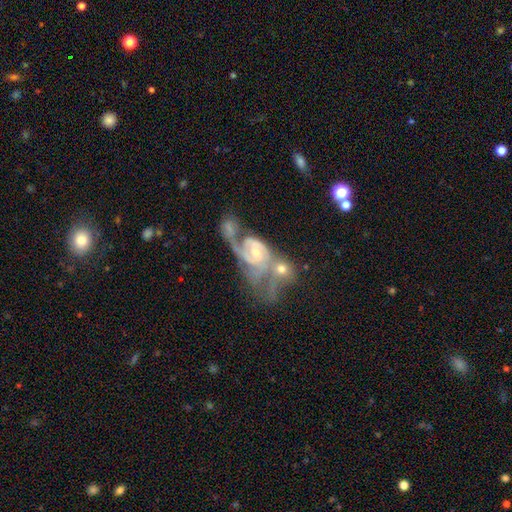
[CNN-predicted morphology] Overall: featured or disk (81%). Edge-on disk: no (96%). Bar: no (64%; weak 29%). Spiral arms: yes (90%). Spiral arm count: 2 (49%; can't tell 21%). Spiral winding: medium (42%; tight 37%). Bulge size: small (58%; moderate 35%). Merging: merger (47%; none 21%).